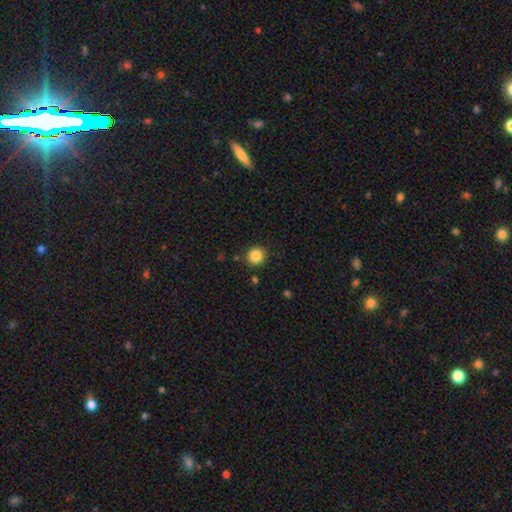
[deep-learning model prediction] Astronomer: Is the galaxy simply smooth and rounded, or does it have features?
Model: smooth — 86%.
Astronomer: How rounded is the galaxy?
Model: round — 92%.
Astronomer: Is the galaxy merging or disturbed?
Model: none — 88%.